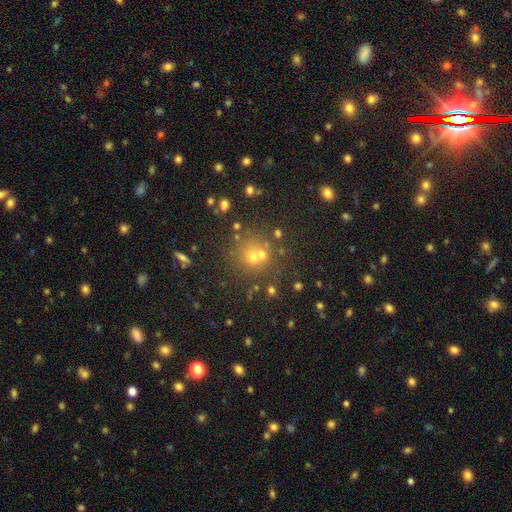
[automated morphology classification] A smooth galaxy with no disk features (58%) that is round (86%). Merging: none (54%).